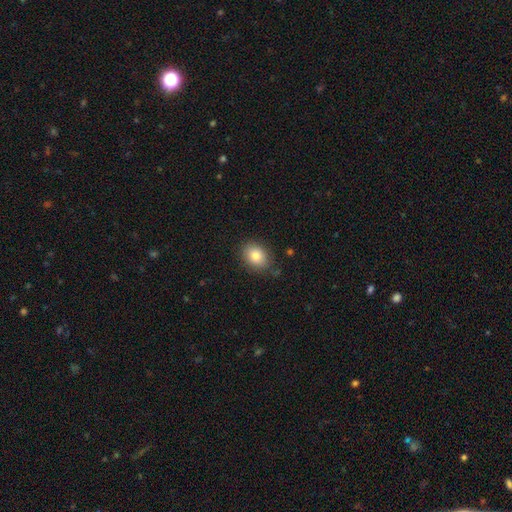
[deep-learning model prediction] This is clearly a smooth galaxy (82%). How rounded: possibly in between (60%). Merging: clearly none (82%).